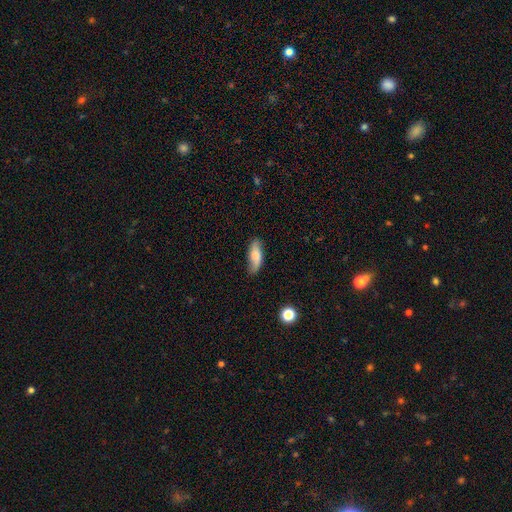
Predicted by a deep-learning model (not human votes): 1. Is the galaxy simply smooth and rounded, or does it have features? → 69% smooth, 24% featured or disk, 7% star or artifact.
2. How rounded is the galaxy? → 71% in between, 26% cigar-shaped, 3% round.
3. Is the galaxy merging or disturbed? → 75% none, 20% minor disturbance, 4% major disturbance, 2% merger.